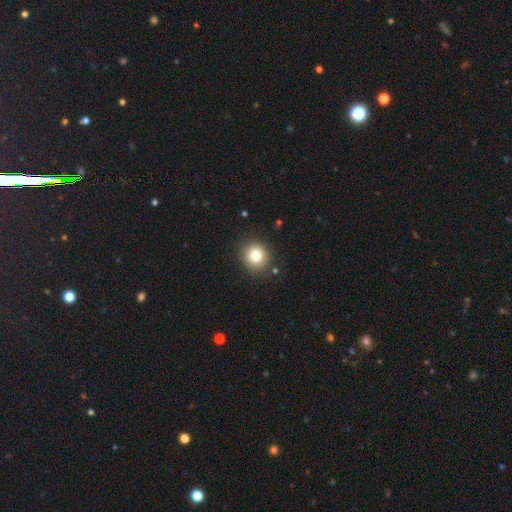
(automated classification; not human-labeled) smooth-or-featured: smooth: 81% | star or artifact: 11% | featured or disk: 7%
  how-rounded: round: 83% | in between: 16% | cigar-shaped: 1%
  merging: none: 88% | minor disturbance: 8% | major disturbance: 2% | merger: 2%